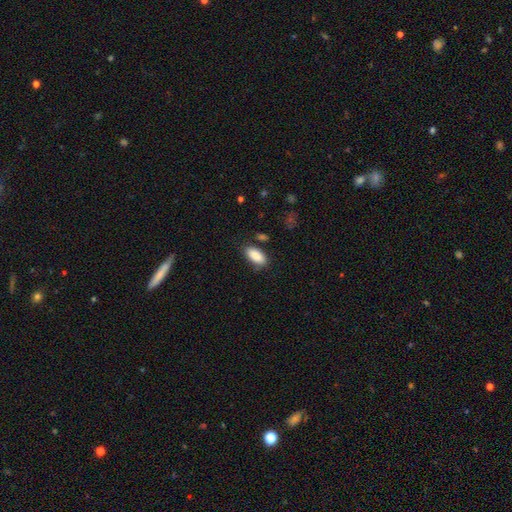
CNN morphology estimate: Smooth or featured: smooth — 89% (star or artifact — 7%)
How rounded: in between — 92% (cigar-shaped — 6%)
Merging: none — 81% (minor disturbance — 13%)